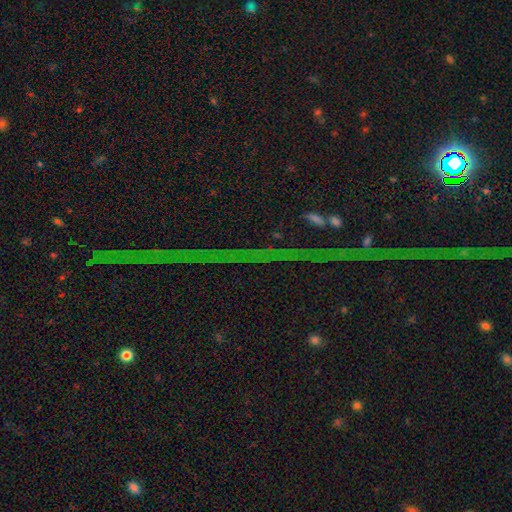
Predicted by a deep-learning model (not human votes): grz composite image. It shows a star or artifact, not a galaxy (84%).